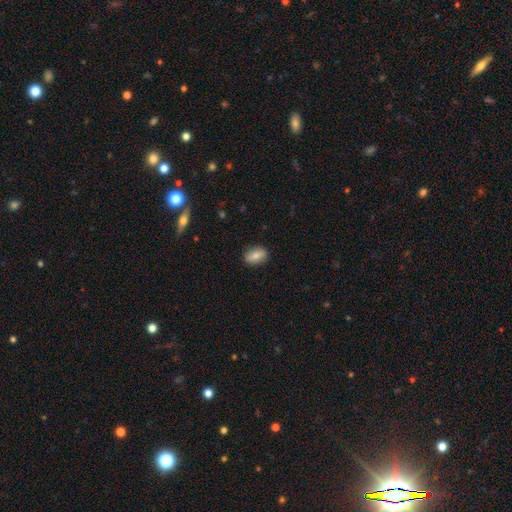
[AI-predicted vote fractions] The model was most divided on "smooth or featured": smooth: 75%, featured or disk: 17%, star or artifact: 8%. More confident: merging — none (86%); how rounded — in between (81%).